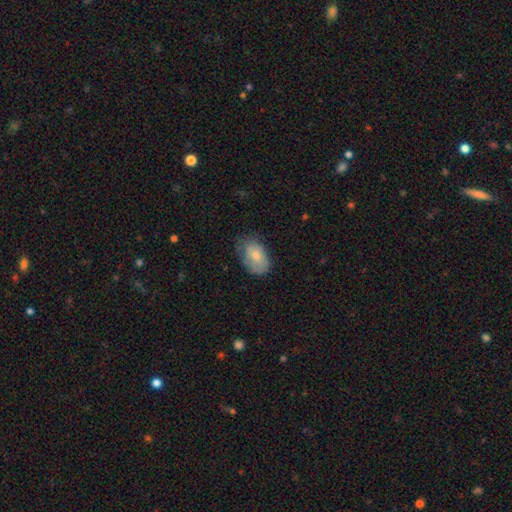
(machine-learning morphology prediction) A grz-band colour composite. It shows a smooth galaxy with no disk features (75%) that is in between round and cigar-shaped (88%). Merging: none (56%).